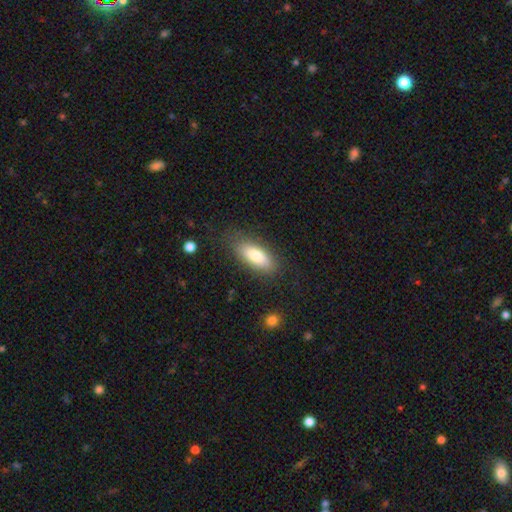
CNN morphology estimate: A smooth galaxy with no disk features (79%) that is in between round and cigar-shaped (79%).

Vote fractions:
- Smooth or featured? smooth: 79% / featured or disk: 15% / star or artifact: 6%
- How rounded? in between: 79% / cigar-shaped: 19% / round: 2%
- Merging? none: 78% / minor disturbance: 15% / major disturbance: 5% / merger: 2%